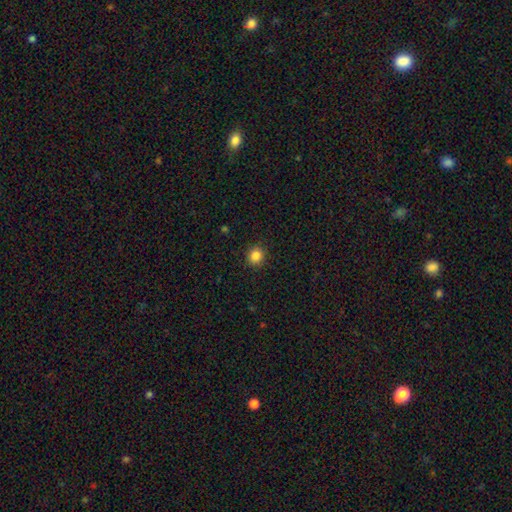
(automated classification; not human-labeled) A smooth galaxy with no disk features (85%) that is round (88%). Merging: none (91%).